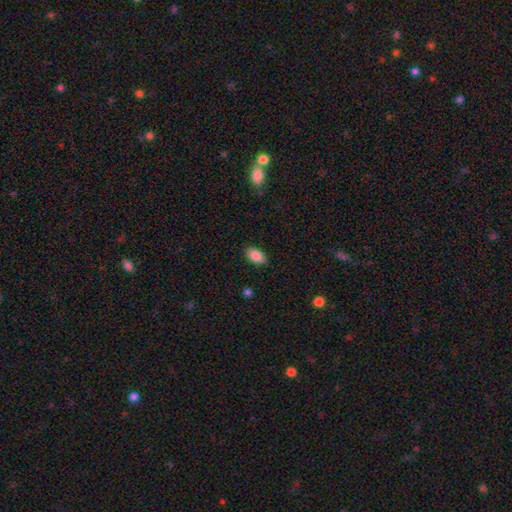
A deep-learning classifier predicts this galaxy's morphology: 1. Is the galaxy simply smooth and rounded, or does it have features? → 87% smooth, 7% star or artifact, 5% featured or disk.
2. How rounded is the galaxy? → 93% in between, 5% round, 3% cigar-shaped.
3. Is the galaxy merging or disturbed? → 87% none, 10% minor disturbance, 2% major disturbance, 1% merger.